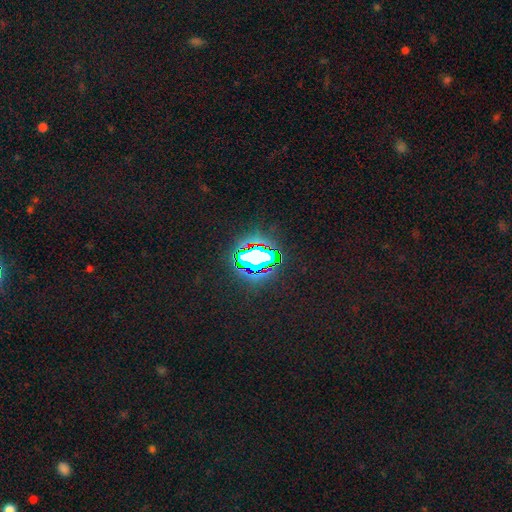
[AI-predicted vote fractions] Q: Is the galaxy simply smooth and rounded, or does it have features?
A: star or artifact — 67%.